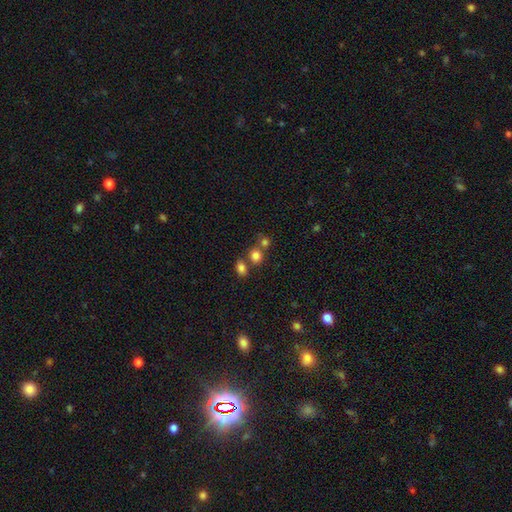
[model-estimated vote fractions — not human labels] Morphology: type=smooth (79%); roundness=round (71%); merging=none (57%).